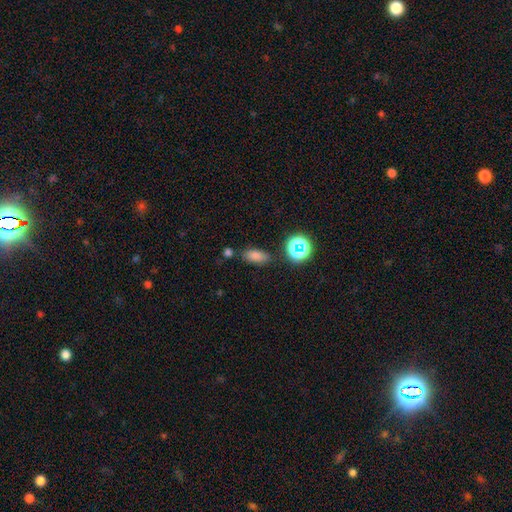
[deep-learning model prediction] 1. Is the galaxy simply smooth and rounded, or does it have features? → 76% smooth, 17% star or artifact, 7% featured or disk.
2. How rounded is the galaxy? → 82% in between, 9% round, 9% cigar-shaped.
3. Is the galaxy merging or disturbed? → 77% none, 13% minor disturbance, 6% merger, 4% major disturbance.